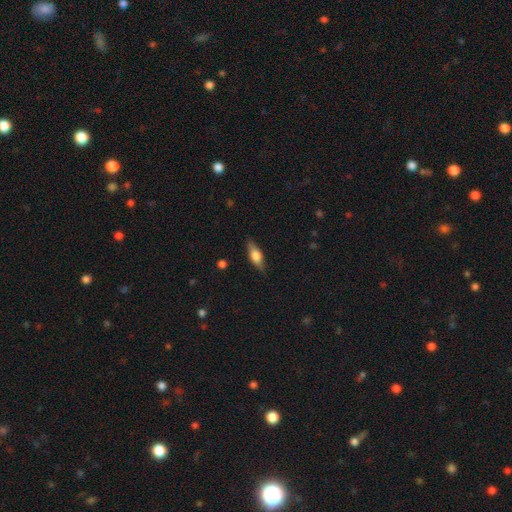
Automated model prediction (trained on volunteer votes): Smooth or featured: smooth — 57% (featured or disk — 36%)
How rounded: in between — 65% (cigar-shaped — 31%)
Merging: none — 83% (minor disturbance — 13%)